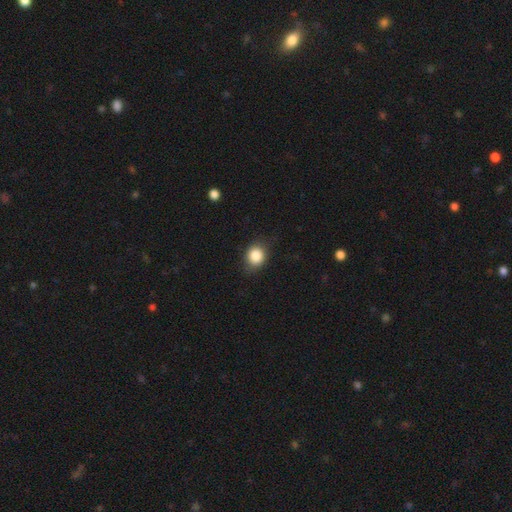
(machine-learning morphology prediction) Smooth or featured?
  - smooth: 85% *
  - star or artifact: 9%
  - featured or disk: 5%
How rounded?
  - round: 67% *
  - in between: 32%
  - cigar-shaped: 1%
Merging?
  - none: 80% *
  - minor disturbance: 15%
  - major disturbance: 3%
  - merger: 1%